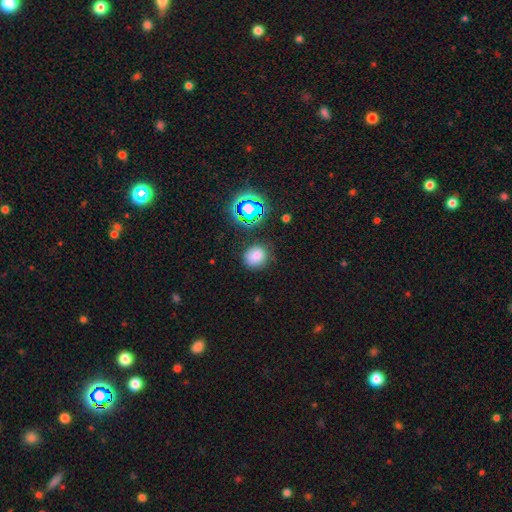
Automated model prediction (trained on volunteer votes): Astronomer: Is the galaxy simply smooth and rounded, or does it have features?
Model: smooth — 73%.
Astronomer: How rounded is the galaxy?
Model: round — 71%.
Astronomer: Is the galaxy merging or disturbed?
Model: none — 79%.